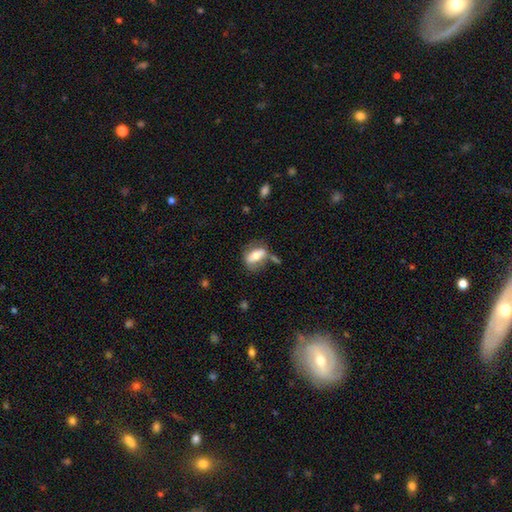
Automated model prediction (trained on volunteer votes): smooth_or_featured: smooth (p=0.58) [alt: featured or disk p=0.35]
how_rounded: in between (p=0.81) [alt: round p=0.11]
merging: none (p=0.45) [alt: minor disturbance p=0.24]